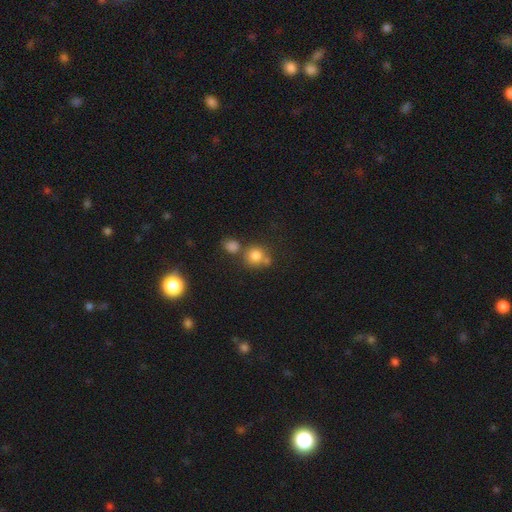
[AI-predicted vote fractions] Smooth or featured?
  - smooth: 78% *
  - star or artifact: 13%
  - featured or disk: 9%
How rounded?
  - round: 87% *
  - in between: 12%
  - cigar-shaped: 1%
Merging?
  - none: 56% *
  - merger: 28%
  - minor disturbance: 11%
  - major disturbance: 5%